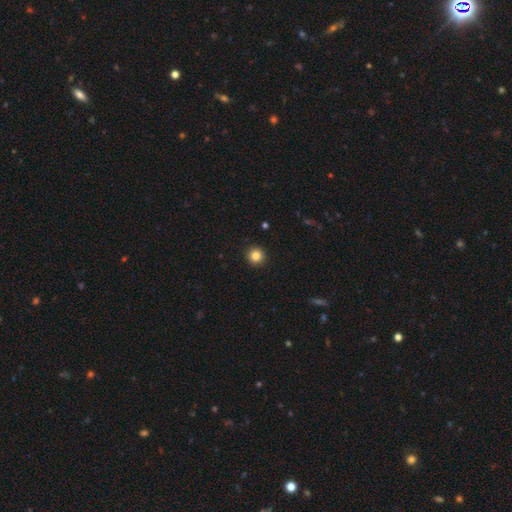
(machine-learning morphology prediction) Q: Smooth or featured?
A: smooth (84%); runner-up: star or artifact (11%)
Q: How rounded?
A: round (95%); runner-up: in between (4%)
Q: Merging?
A: none (93%); runner-up: minor disturbance (4%)